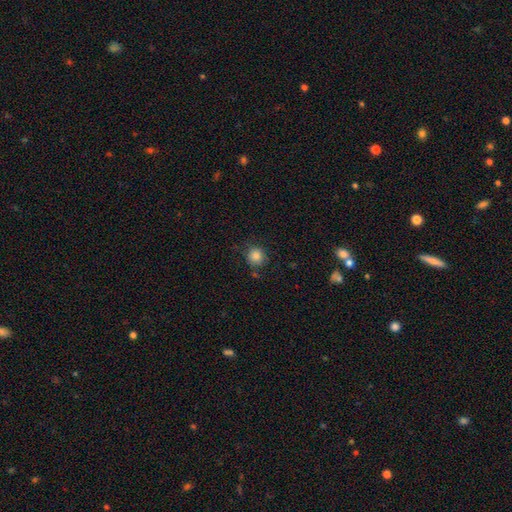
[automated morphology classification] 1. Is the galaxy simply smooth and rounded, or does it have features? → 85% smooth, 11% star or artifact, 4% featured or disk.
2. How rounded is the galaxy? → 91% round, 8% in between, 1% cigar-shaped.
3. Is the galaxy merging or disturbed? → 81% none, 12% minor disturbance, 3% major disturbance, 3% merger.